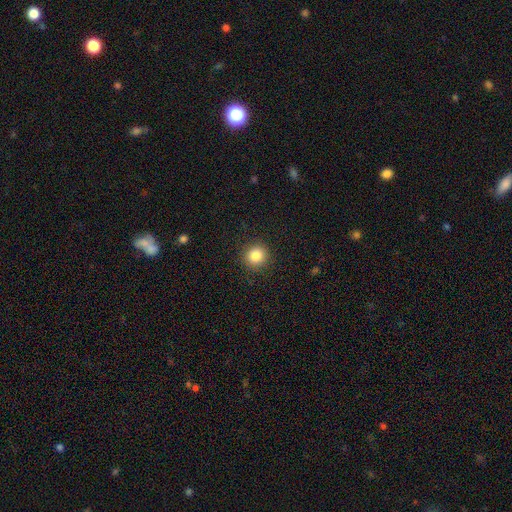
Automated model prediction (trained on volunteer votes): Smooth or featured? smooth (85%)
How rounded? round (92%)
Merging? none (91%)